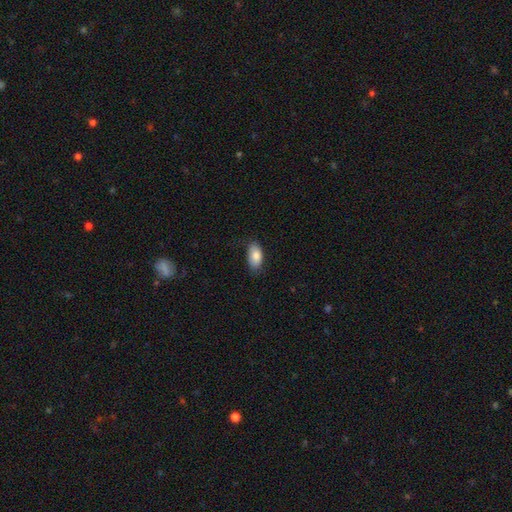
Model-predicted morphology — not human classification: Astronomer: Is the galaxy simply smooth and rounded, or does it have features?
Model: smooth — 85%.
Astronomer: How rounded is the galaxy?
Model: in between — 93%.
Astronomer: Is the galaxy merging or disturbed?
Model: none — 80%.